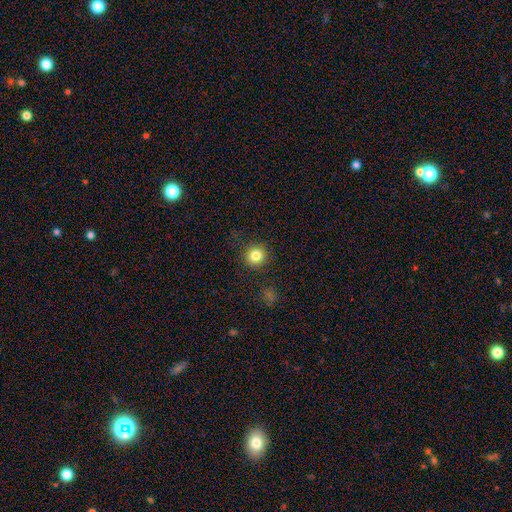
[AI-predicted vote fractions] The model was most divided on "smooth or featured": smooth: 83%, star or artifact: 11%, featured or disk: 6%. More confident: how rounded — round (94%); merging — none (90%).